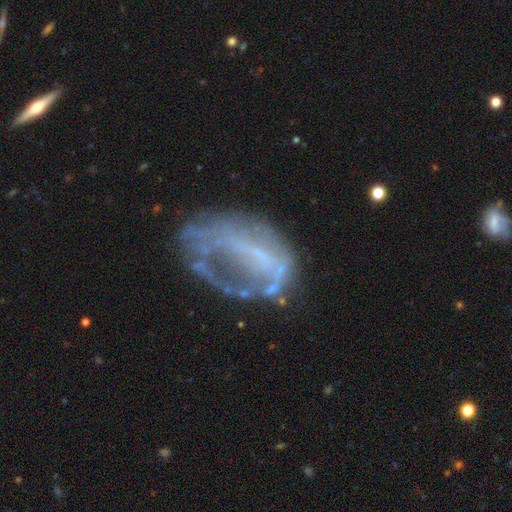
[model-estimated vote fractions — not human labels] smooth_or_featured: featured or disk (p=0.65) [alt: smooth p=0.23]
disk_edge_on: no (p=0.96) [alt: yes p=0.04]
bar: no (p=0.54) [alt: weak p=0.26]
has_spiral_arms: no (p=0.69) [alt: yes p=0.31]
bulge_size: none (p=0.61) [alt: small p=0.26]
merging: major disturbance (p=0.39) [alt: none p=0.33]